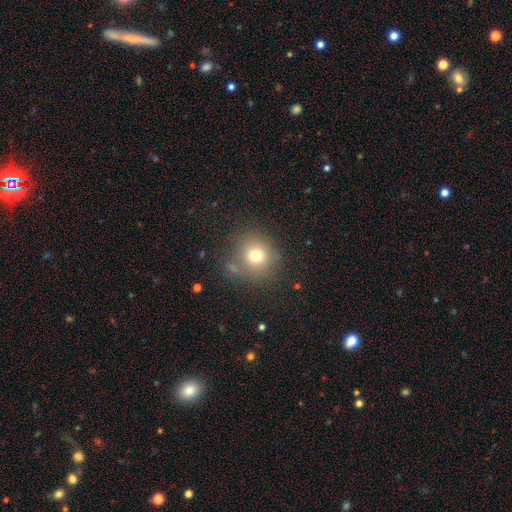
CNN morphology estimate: smooth_or_featured: smooth (p=0.73) [alt: star or artifact p=0.15]
how_rounded: round (p=0.89) [alt: in between p=0.10]
merging: none (p=0.76) [alt: minor disturbance p=0.13]